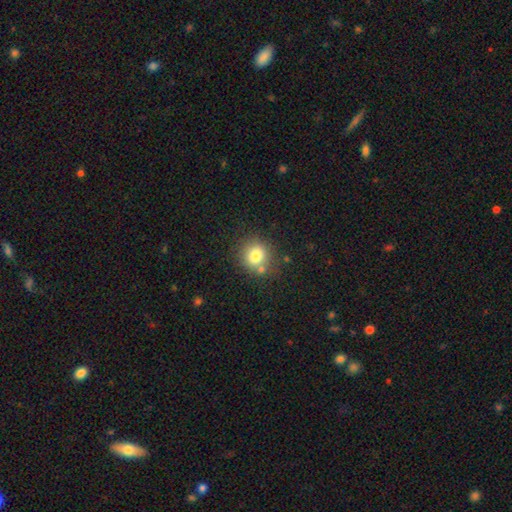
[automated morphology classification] Smooth or featured: smooth — 78% (star or artifact — 11%)
How rounded: round — 83% (in between — 16%)
Merging: none — 71% (merger — 13%)